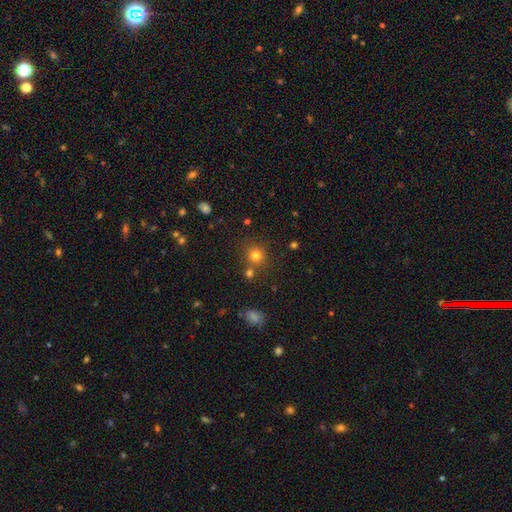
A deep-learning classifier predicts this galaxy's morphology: Q: Smooth or featured?
A: smooth (78%); runner-up: star or artifact (16%)
Q: How rounded?
A: round (88%); runner-up: in between (11%)
Q: Merging?
A: none (75%); runner-up: merger (13%)